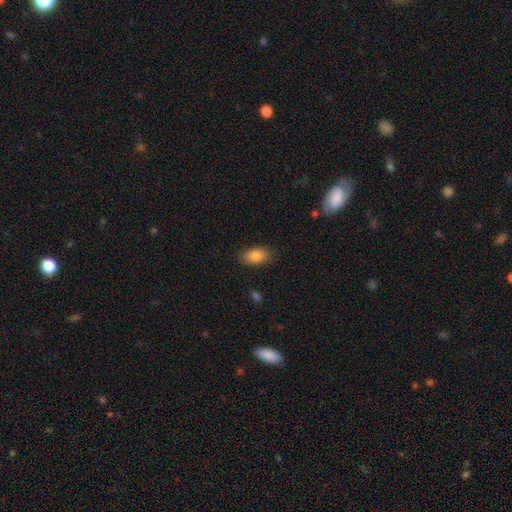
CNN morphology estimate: smooth_or_featured: smooth (p=0.86) [alt: star or artifact p=0.07]
how_rounded: in between (p=0.92) [alt: round p=0.06]
merging: none (p=0.86) [alt: minor disturbance p=0.10]